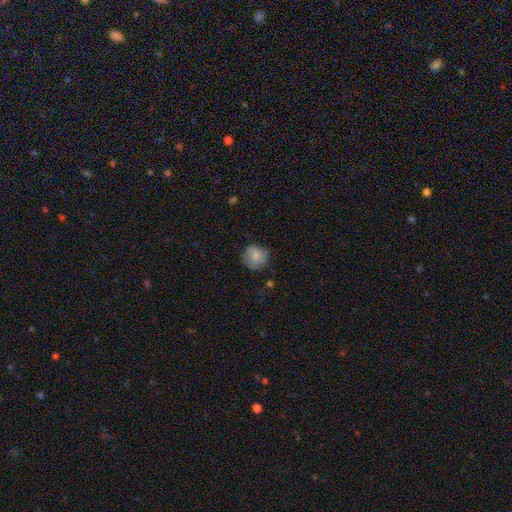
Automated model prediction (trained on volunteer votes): This appears to be a smooth galaxy with no disk features (71%) that is round (83%). Merging: none (68%).